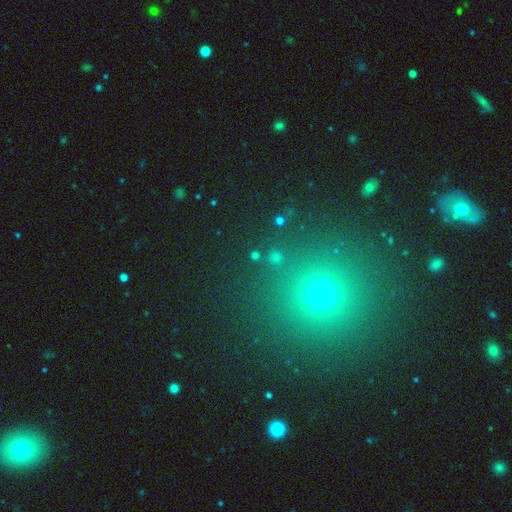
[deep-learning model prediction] Smooth or featured? Predicted: smooth (p=0.50). How rounded? Predicted: round (p=0.87). Merging? Predicted: none (p=0.84).